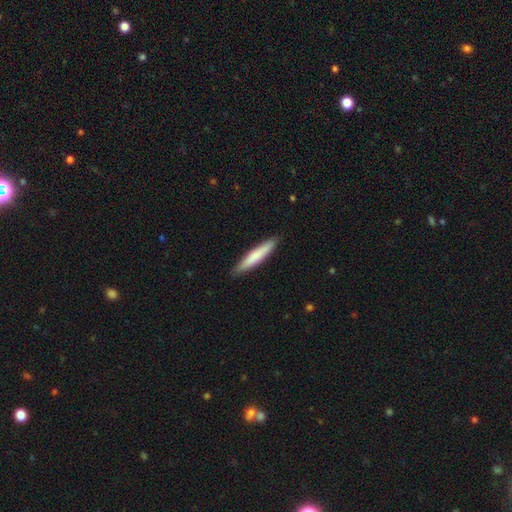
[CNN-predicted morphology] Smooth or featured? smooth (76%)
How rounded? cigar-shaped (92%)
Merging? none (90%)